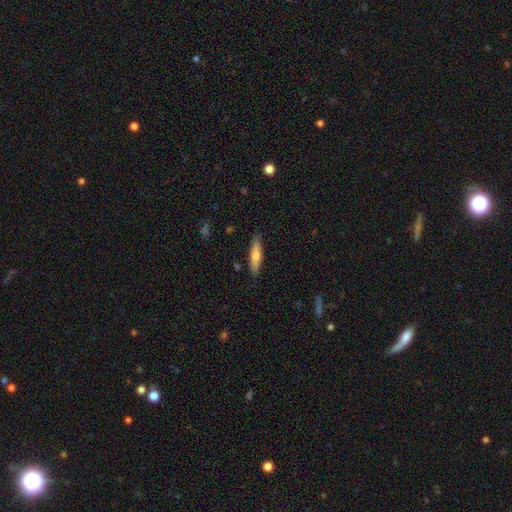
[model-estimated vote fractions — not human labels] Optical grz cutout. It shows a smooth galaxy with no disk features (69%) that is cigar-shaped (79%). Merging: none (87%).